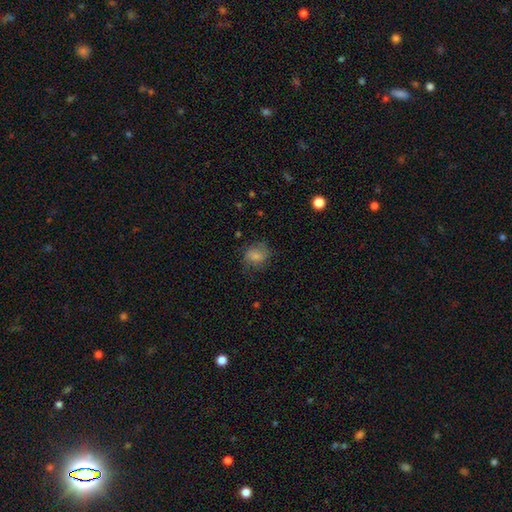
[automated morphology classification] Q: Smooth or featured?
A: smooth (69%); runner-up: featured or disk (22%)
Q: How rounded?
A: round (61%); runner-up: in between (38%)
Q: Merging?
A: none (65%); runner-up: minor disturbance (23%)